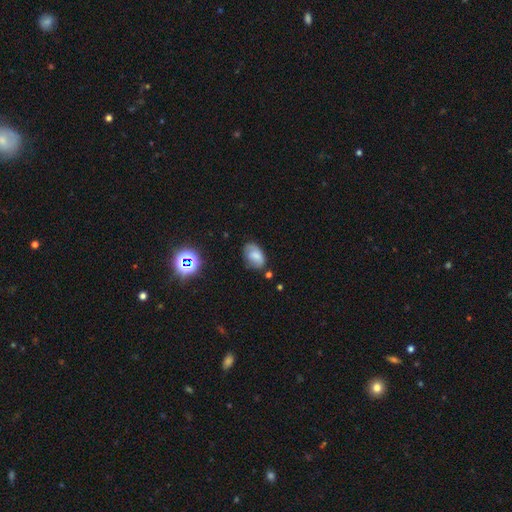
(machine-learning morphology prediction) smooth_or_featured: smooth (p=0.67) [alt: featured or disk p=0.21]
how_rounded: in between (p=0.88) [alt: round p=0.10]
merging: none (p=0.64) [alt: minor disturbance p=0.26]